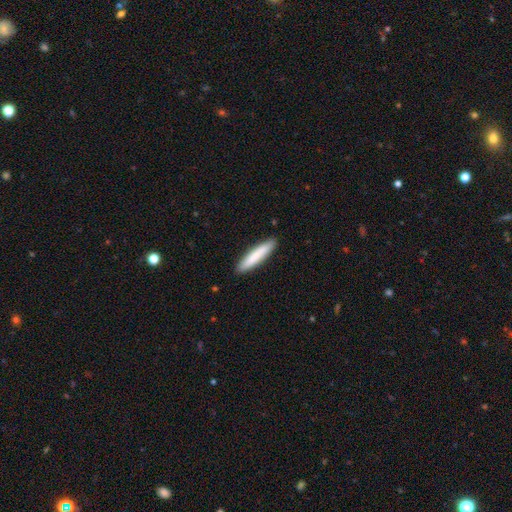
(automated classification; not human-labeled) smooth 81%, featured or disk 14%, star or artifact 5%. Down the decision tree: how rounded — cigar-shaped (89%); merging — none (90%).